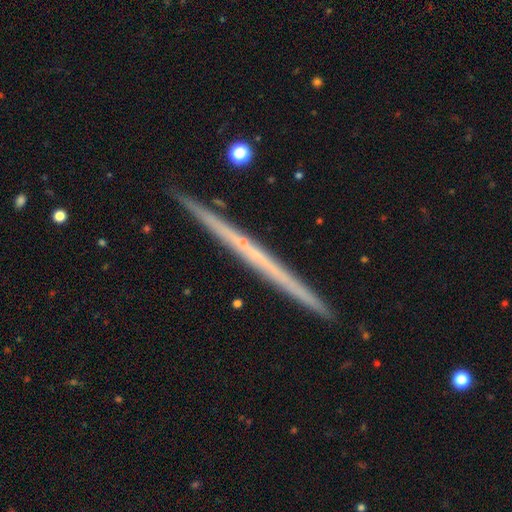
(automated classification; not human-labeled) Q: Smooth or featured?
A: featured or disk (68%); runner-up: smooth (26%)
Q: Edge-on disk?
A: yes (98%); runner-up: no (2%)
Q: Edge-on bulge?
A: none (88%); runner-up: rounded (9%)
Q: Merging?
A: none (91%); runner-up: minor disturbance (6%)